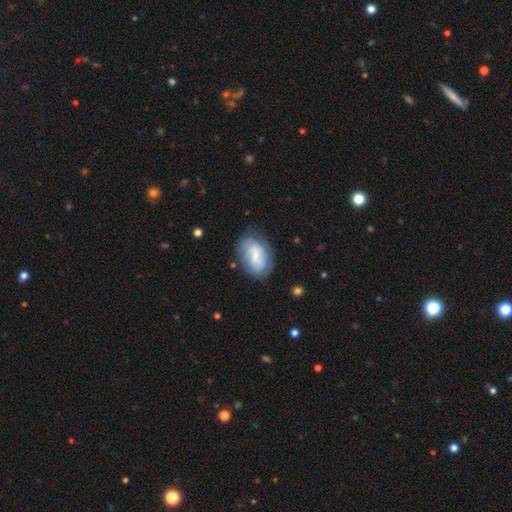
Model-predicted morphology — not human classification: type=smooth (54%); roundness=in between (87%); merging=none (67%).